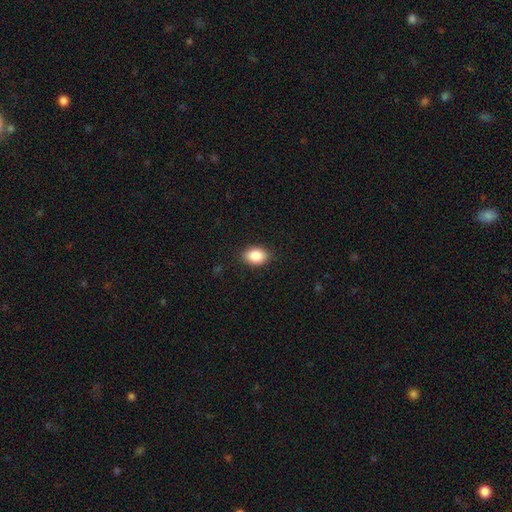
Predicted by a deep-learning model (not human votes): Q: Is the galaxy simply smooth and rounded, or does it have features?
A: smooth — 87%.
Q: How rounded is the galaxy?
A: in between — 78%.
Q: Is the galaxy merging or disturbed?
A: none — 88%.